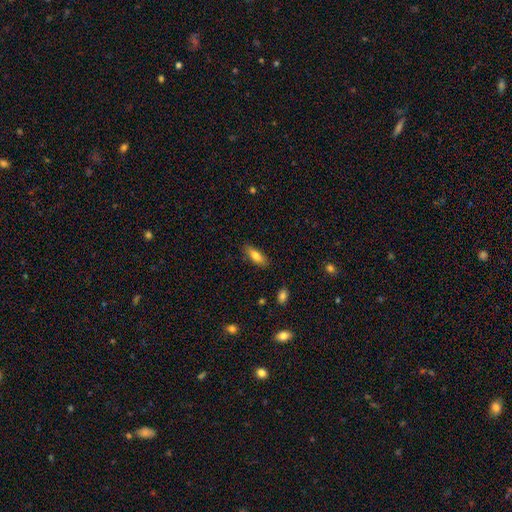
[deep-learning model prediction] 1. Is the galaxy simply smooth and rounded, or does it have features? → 79% smooth, 14% featured or disk, 7% star or artifact.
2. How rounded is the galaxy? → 67% in between, 31% cigar-shaped, 2% round.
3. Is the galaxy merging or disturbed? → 85% none, 11% minor disturbance, 3% major disturbance, 1% merger.